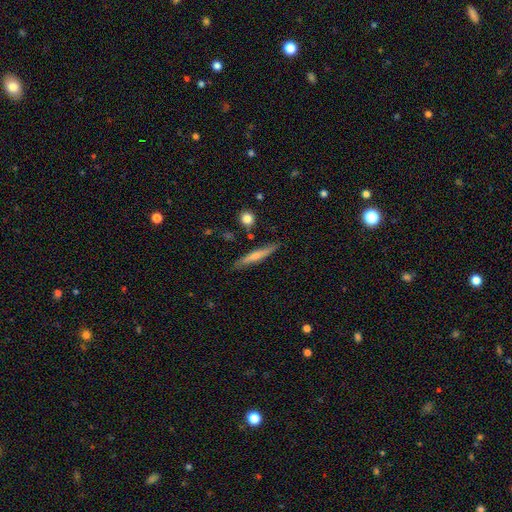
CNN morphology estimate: Overall: smooth (51%; featured or disk 43%). How rounded: cigar-shaped (92%). Merging: none (85%).